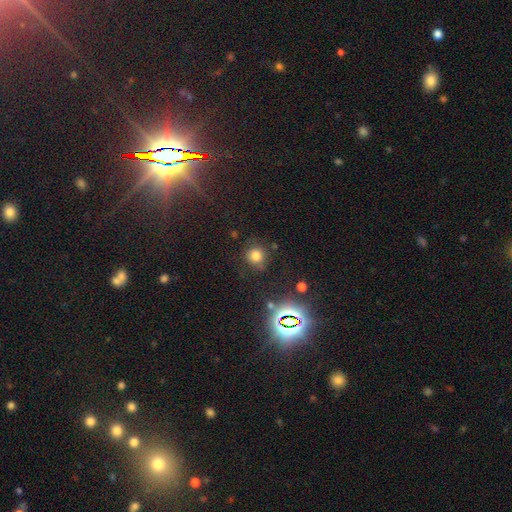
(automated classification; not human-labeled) smooth_or_featured: smooth (p=0.73) [alt: star or artifact p=0.20]
how_rounded: round (p=0.89) [alt: in between p=0.10]
merging: none (p=0.77) [alt: minor disturbance p=0.13]